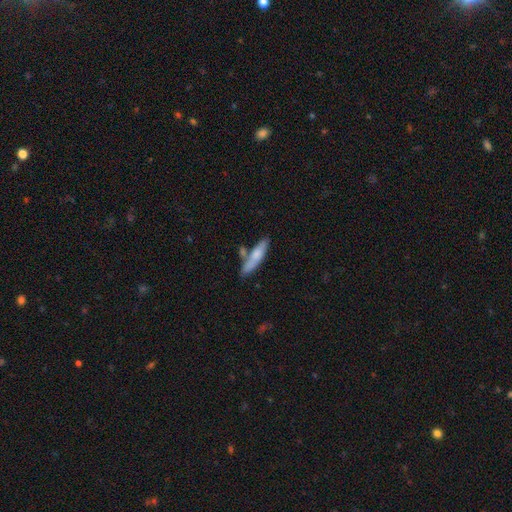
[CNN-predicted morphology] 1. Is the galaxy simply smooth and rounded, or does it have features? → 71% smooth, 23% featured or disk, 6% star or artifact.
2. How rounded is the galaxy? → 77% cigar-shaped, 21% in between, 2% round.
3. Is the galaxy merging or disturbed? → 64% none, 16% merger, 16% minor disturbance, 4% major disturbance.